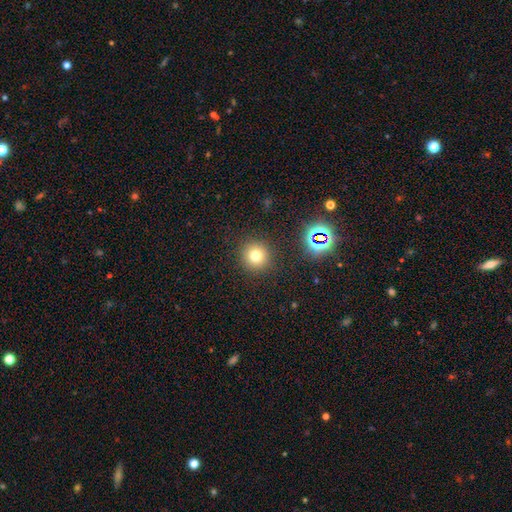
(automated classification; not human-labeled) A smooth galaxy with no disk features (73%) that is round (94%). Merging: none (90%).